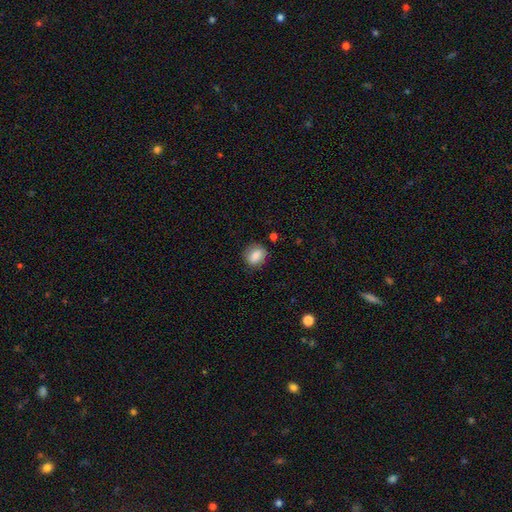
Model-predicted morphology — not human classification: type=smooth (84%); roundness=round (54%); merging=none (79%).